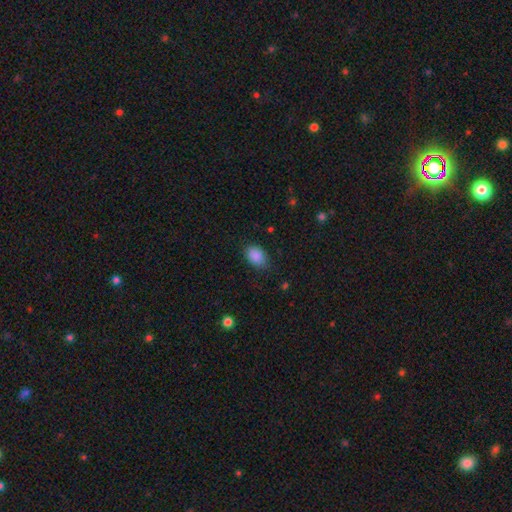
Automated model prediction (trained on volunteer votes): smooth 88%, star or artifact 8%, featured or disk 4%. Down the decision tree: how rounded — in between (82%); merging — none (81%).